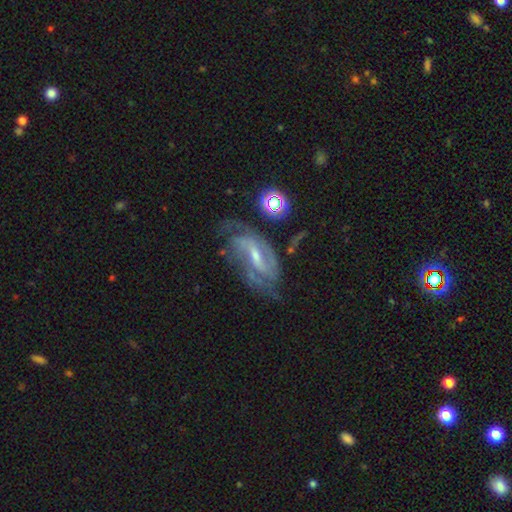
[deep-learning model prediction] smooth-or-featured: featured or disk: 85% | smooth: 8% | star or artifact: 7%
  disk-edge-on: no: 94% | yes: 6%
    bar: weak: 45% | strong: 38% | no: 17%
    has-spiral-arms: yes: 94% | no: 6%
      spiral-winding: medium: 46% | tight: 37% | loose: 17%
      spiral-arm-count: 2: 58% | can't tell: 18% | 3: 13% | 1: 4% | 4: 4% | more than 4: 3%
    bulge-size: small: 58% | moderate: 36% | none: 4% | large: 2% | dominant: 1%
  merging: none: 61% | minor disturbance: 22% | major disturbance: 14% | merger: 4%